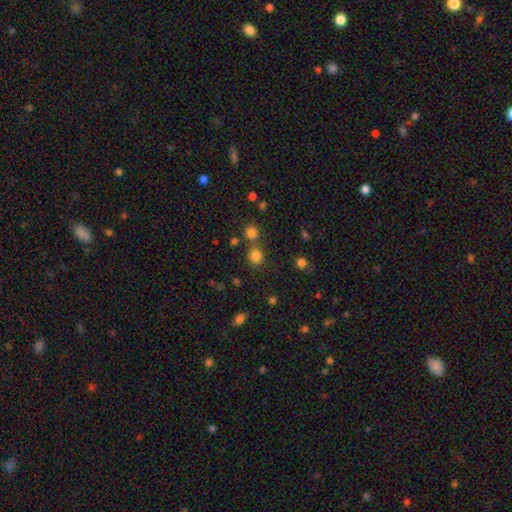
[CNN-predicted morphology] smooth_or_featured: smooth (p=0.78) [alt: star or artifact p=0.16]
how_rounded: round (p=0.88) [alt: in between p=0.11]
merging: none (p=0.67) [alt: merger p=0.22]